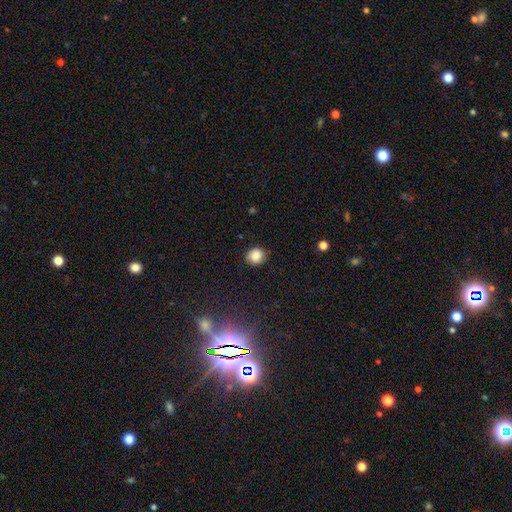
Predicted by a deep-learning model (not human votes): The model was most divided on "how rounded": round: 83%, in between: 16%, cigar-shaped: 1%. More confident: merging — none (85%); smooth or featured — smooth (84%).